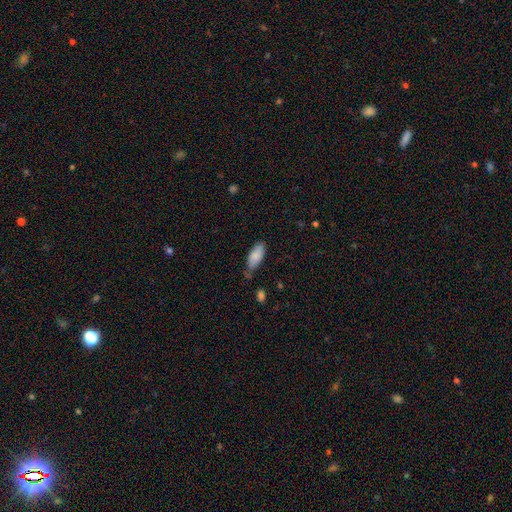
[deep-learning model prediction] Overall: smooth (84%). How rounded: in between (84%). Merging: none (54%; minor disturbance 33%).